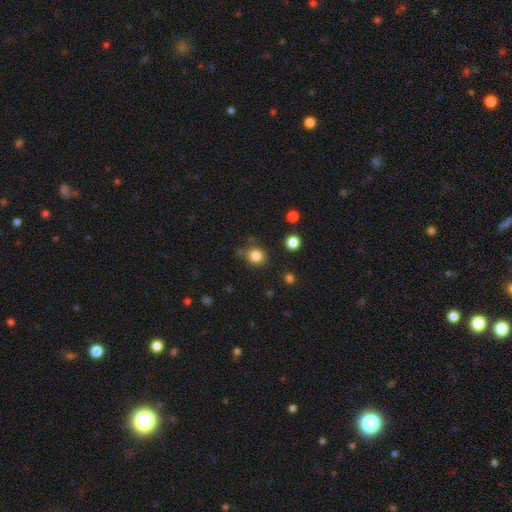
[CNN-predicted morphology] Smooth or featured?
  - smooth: 83% *
  - star or artifact: 12%
  - featured or disk: 5%
How rounded?
  - round: 77% *
  - in between: 22%
  - cigar-shaped: 1%
Merging?
  - none: 81% *
  - minor disturbance: 11%
  - merger: 4%
  - major disturbance: 3%